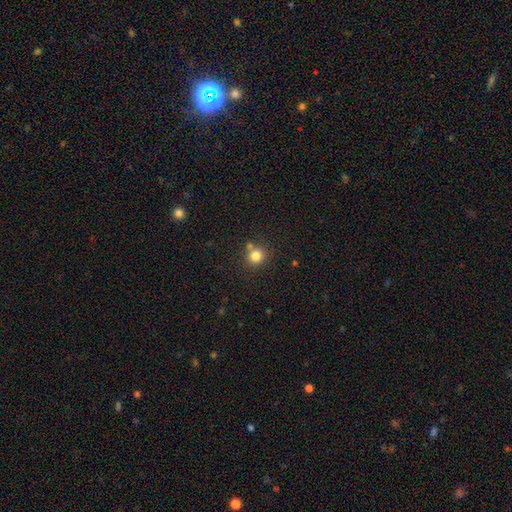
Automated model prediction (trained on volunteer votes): smooth-or-featured: smooth: 81% | star or artifact: 13% | featured or disk: 6%
  how-rounded: round: 89% | in between: 10% | cigar-shaped: 1%
  merging: none: 72% | merger: 16% | minor disturbance: 9% | major disturbance: 3%